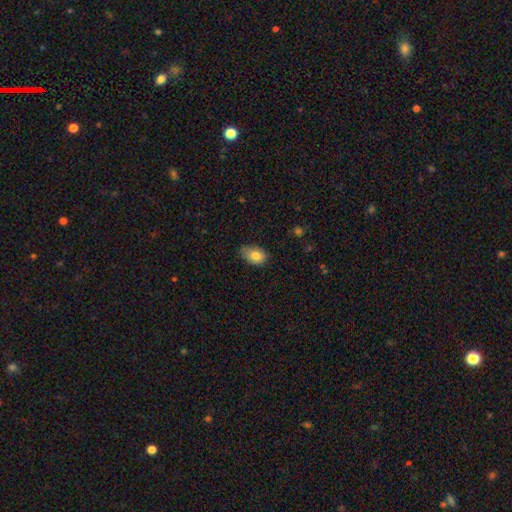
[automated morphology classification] Smooth or featured?
  - smooth: 80% *
  - featured or disk: 12%
  - star or artifact: 8%
How rounded?
  - in between: 81% *
  - round: 18%
  - cigar-shaped: 1%
Merging?
  - none: 61% *
  - minor disturbance: 33%
  - major disturbance: 5%
  - merger: 1%